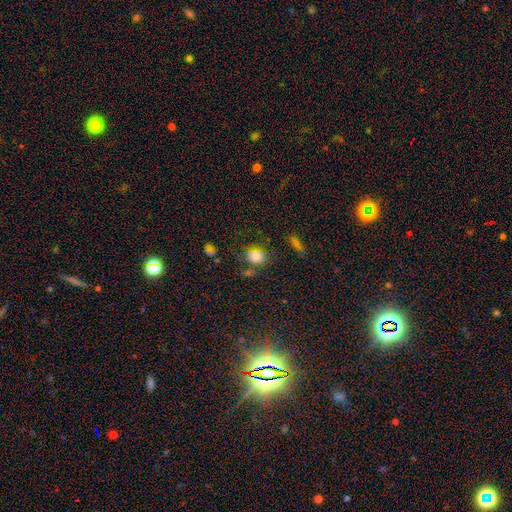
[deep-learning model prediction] Smooth or featured: smooth — 78% (star or artifact — 14%)
How rounded: round — 69% (in between — 29%)
Merging: none — 69% (minor disturbance — 16%)